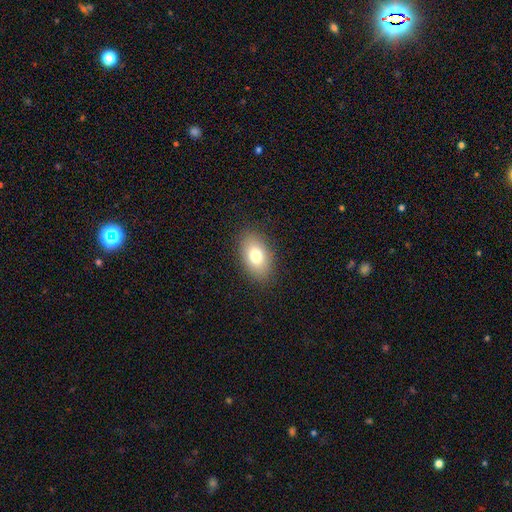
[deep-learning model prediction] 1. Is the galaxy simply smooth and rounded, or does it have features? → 78% smooth, 13% featured or disk, 9% star or artifact.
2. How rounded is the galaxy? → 89% in between, 10% round, 1% cigar-shaped.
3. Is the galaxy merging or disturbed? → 87% none, 9% minor disturbance, 3% major disturbance, 1% merger.